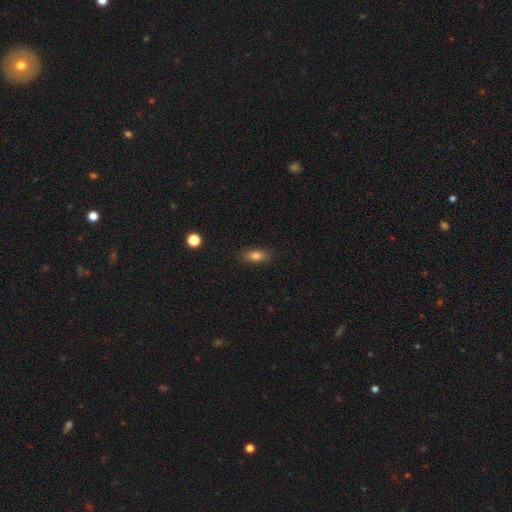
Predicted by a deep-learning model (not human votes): A smooth galaxy with no disk features (82%) that is in between round and cigar-shaped (83%).

Vote fractions:
- Smooth or featured? smooth: 82% / star or artifact: 10% / featured or disk: 9%
- How rounded? in between: 83% / cigar-shaped: 9% / round: 8%
- Merging? none: 86% / minor disturbance: 10% / major disturbance: 3% / merger: 1%